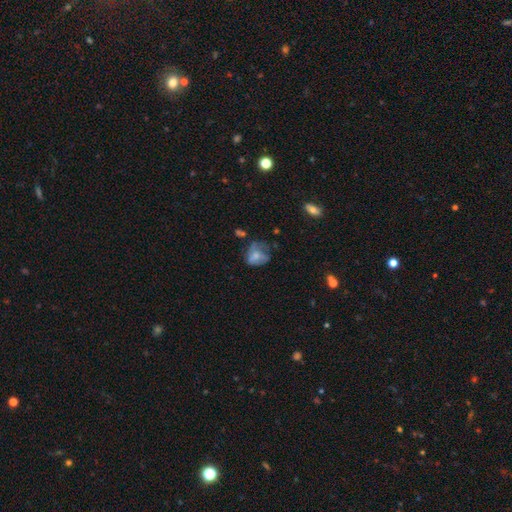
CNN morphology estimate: The model was most divided on "how rounded": in between: 51%, round: 48%, cigar-shaped: 1%. Remaining: smooth or featured — smooth (52%); merging — none (35%).